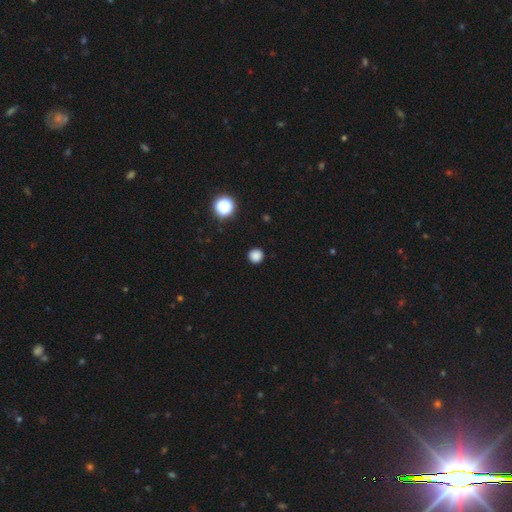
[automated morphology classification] A smooth galaxy with no disk features (83%) that is round (95%).

Vote fractions:
- Smooth or featured? smooth: 83% / star or artifact: 14% / featured or disk: 3%
- How rounded? round: 95% / in between: 4% / cigar-shaped: 1%
- Merging? none: 92% / minor disturbance: 5% / major disturbance: 2% / merger: 1%